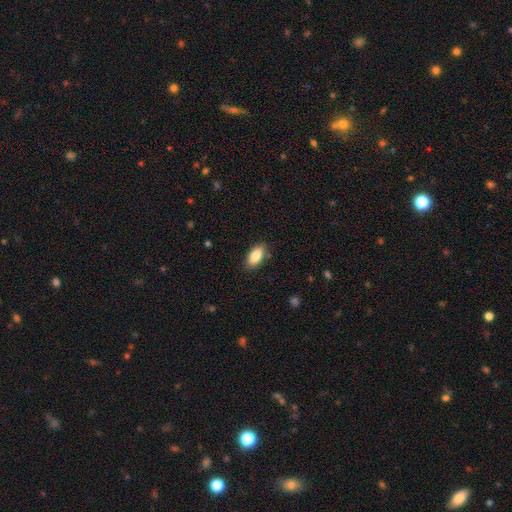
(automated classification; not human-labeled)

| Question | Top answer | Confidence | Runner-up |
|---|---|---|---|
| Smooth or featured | smooth | 86% | featured or disk (7%) |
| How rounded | in between | 90% | cigar-shaped (7%) |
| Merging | none | 85% | minor disturbance (11%) |